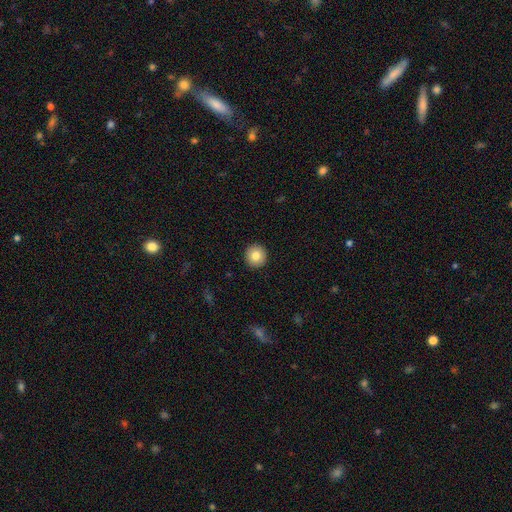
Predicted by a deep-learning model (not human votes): smooth_or_featured: smooth (p=0.82) [alt: featured or disk p=0.10]
how_rounded: round (p=0.95) [alt: in between p=0.04]
merging: none (p=0.93) [alt: minor disturbance p=0.04]